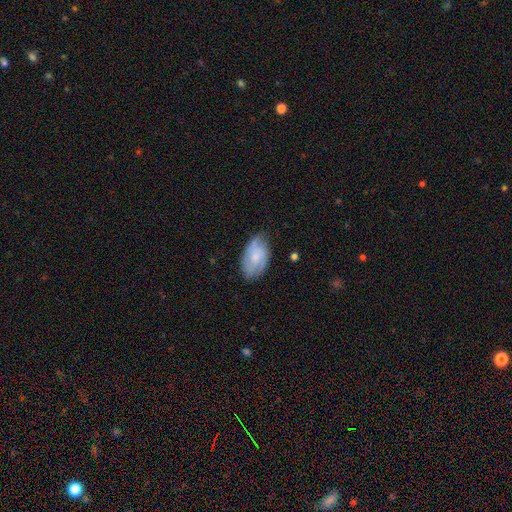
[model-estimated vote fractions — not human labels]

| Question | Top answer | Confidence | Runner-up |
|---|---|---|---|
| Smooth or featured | featured or disk | 48% | smooth (45%) |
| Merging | none | 69% | minor disturbance (24%) |